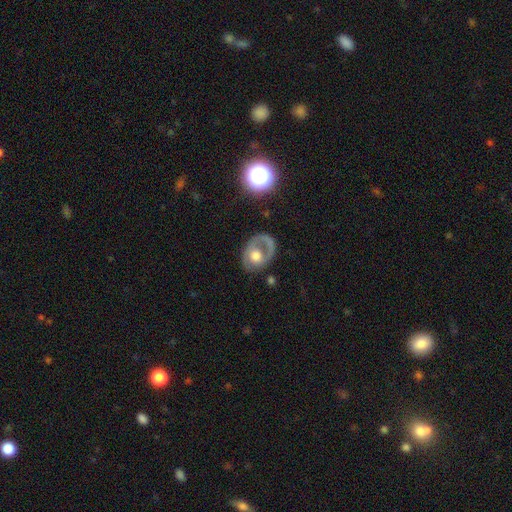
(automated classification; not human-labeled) smooth-or-featured: featured or disk: 58% | smooth: 34% | star or artifact: 7%
  disk-edge-on: no: 96% | yes: 4%
    bar: no: 82% | weak: 15% | strong: 3%
    has-spiral-arms: yes: 53% | no: 47%
    bulge-size: moderate: 58% | large: 25% | small: 11% | none: 4% | dominant: 3%
  merging: none: 43% | major disturbance: 31% | minor disturbance: 22% | merger: 3%